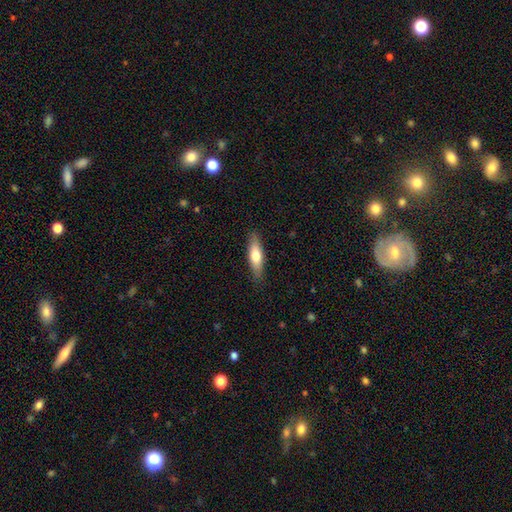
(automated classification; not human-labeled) Overall: smooth (66%; featured or disk 28%). How rounded: cigar-shaped (54%; in between 44%). Merging: none (86%).